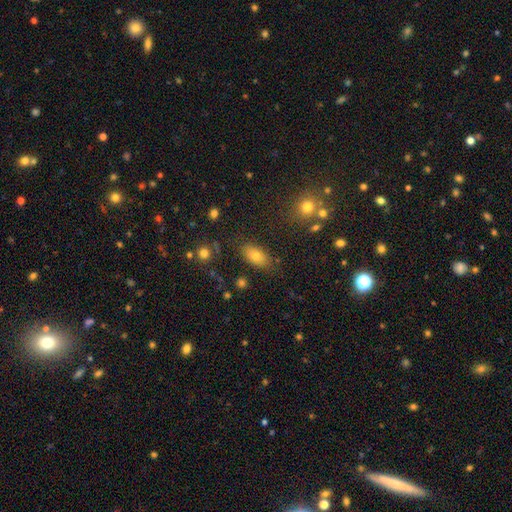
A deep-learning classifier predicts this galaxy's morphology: Smooth or featured? smooth (73%)
How rounded? in between (87%)
Merging? none (81%)